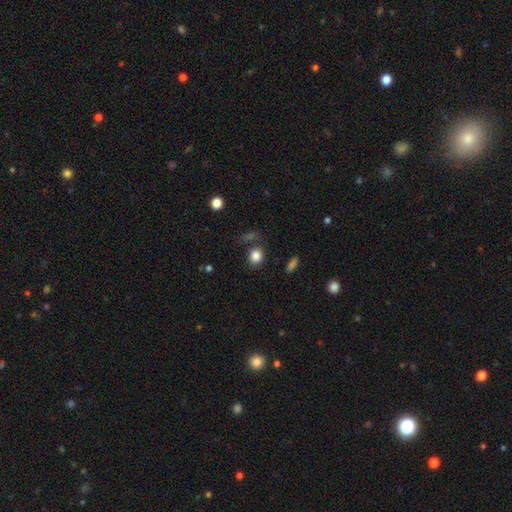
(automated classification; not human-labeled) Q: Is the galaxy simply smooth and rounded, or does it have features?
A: smooth — 85%.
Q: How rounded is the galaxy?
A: round — 62%.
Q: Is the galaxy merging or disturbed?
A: none — 76%.